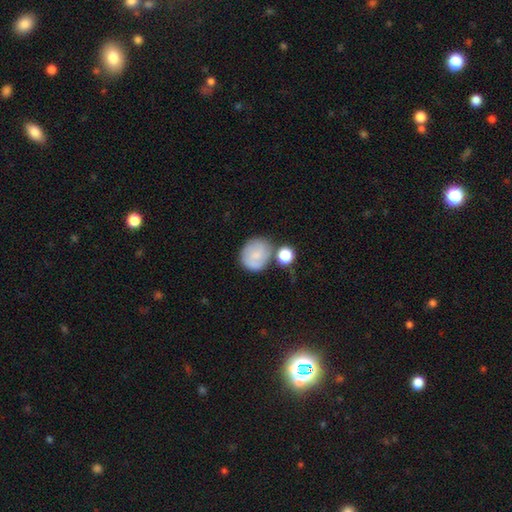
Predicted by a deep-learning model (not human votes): A smooth galaxy with no disk features (68%) that is round (78%).

Vote fractions:
- Smooth or featured? smooth: 68% / featured or disk: 24% / star or artifact: 8%
- How rounded? round: 78% / in between: 21% / cigar-shaped: 1%
- Merging? none: 56% / minor disturbance: 19% / merger: 18% / major disturbance: 7%